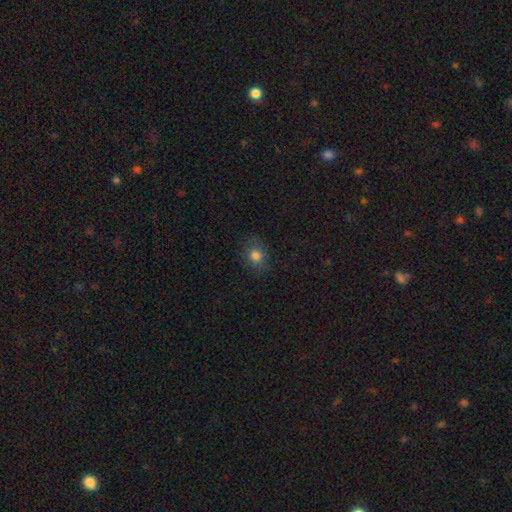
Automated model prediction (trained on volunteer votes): smooth-or-featured: smooth: 79% | star or artifact: 13% | featured or disk: 8%
  how-rounded: round: 68% | in between: 31% | cigar-shaped: 1%
  merging: none: 82% | minor disturbance: 13% | major disturbance: 4% | merger: 1%